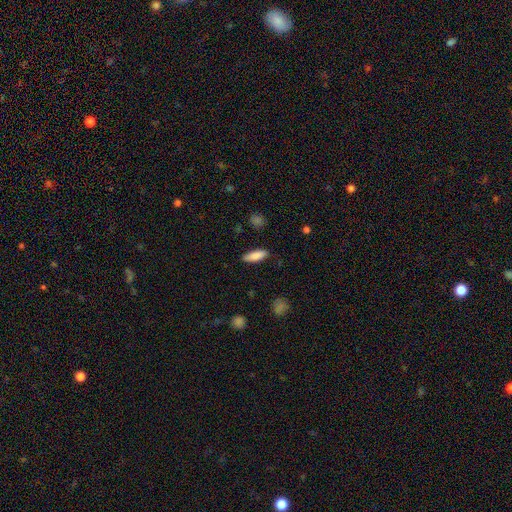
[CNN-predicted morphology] smooth-or-featured: smooth: 85% | featured or disk: 9% | star or artifact: 6%
  how-rounded: in between: 52% | cigar-shaped: 46% | round: 2%
  merging: none: 86% | minor disturbance: 10% | major disturbance: 2% | merger: 1%